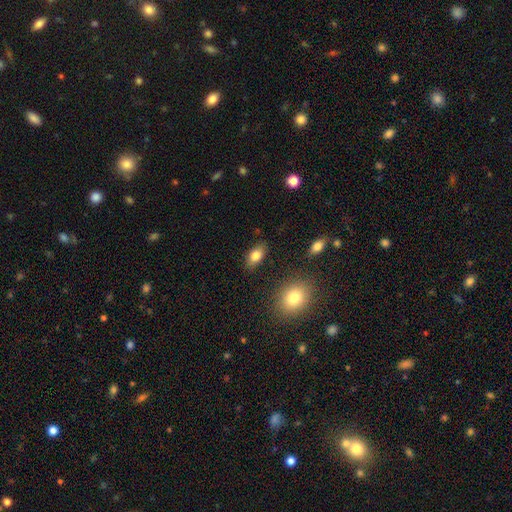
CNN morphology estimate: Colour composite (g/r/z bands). It shows a smooth galaxy with no disk features (82%) that is in between round and cigar-shaped (90%). Merging: none (86%).